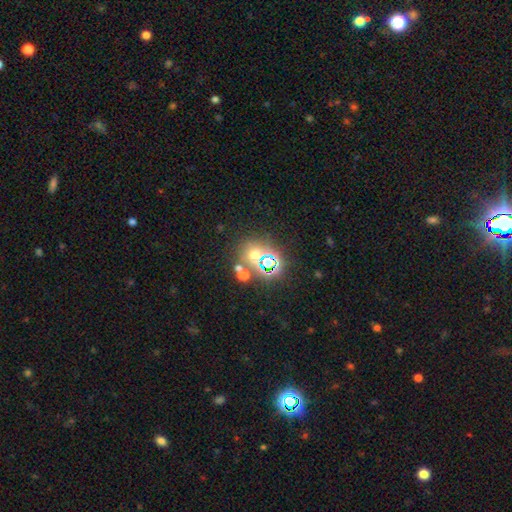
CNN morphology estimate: This is marginally a star or artifact rather than a galaxy (45%).